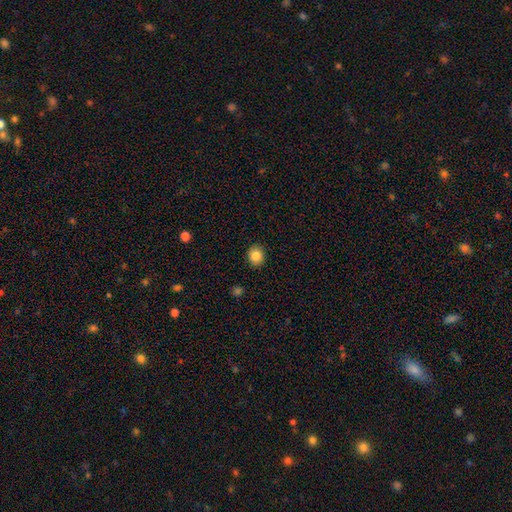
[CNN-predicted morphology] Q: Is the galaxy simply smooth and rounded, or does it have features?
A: smooth — 85%.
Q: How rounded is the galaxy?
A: round — 74%.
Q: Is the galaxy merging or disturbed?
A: none — 90%.